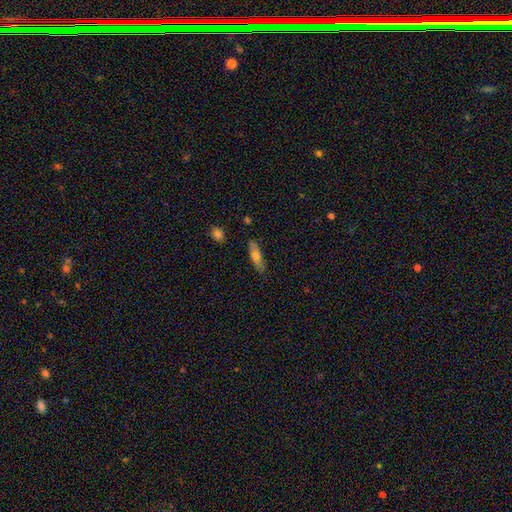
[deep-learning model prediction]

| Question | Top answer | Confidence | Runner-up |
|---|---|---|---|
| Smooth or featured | smooth | 63% | featured or disk (30%) |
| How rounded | in between | 50% | cigar-shaped (47%) |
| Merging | none | 84% | minor disturbance (12%) |